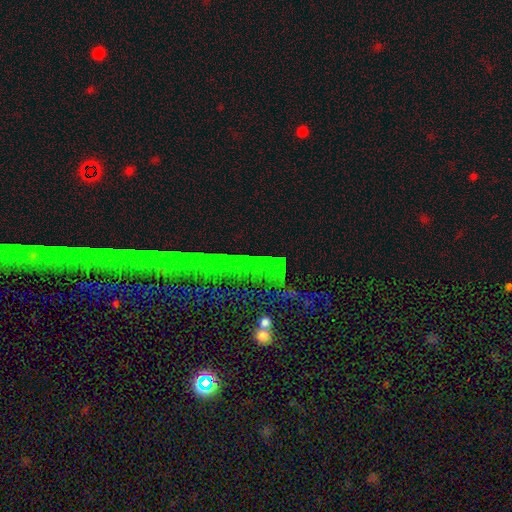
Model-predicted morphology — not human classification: smooth_or_featured: star or artifact (p=0.71) [alt: smooth p=0.15]